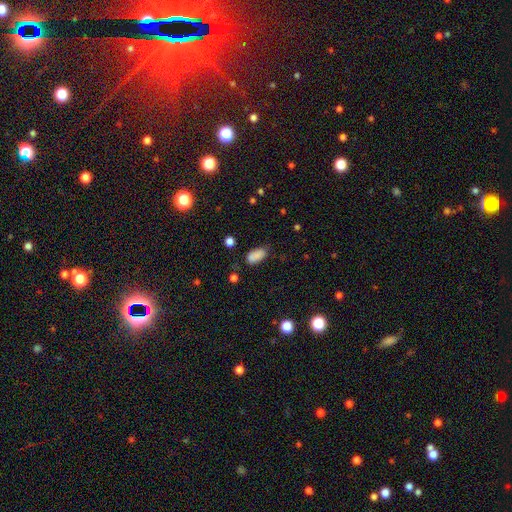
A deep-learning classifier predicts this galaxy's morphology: The model was most divided on "merging": none: 70%, minor disturbance: 22%, major disturbance: 5%, merger: 2%. More confident: how rounded — in between (92%); smooth or featured — smooth (86%).